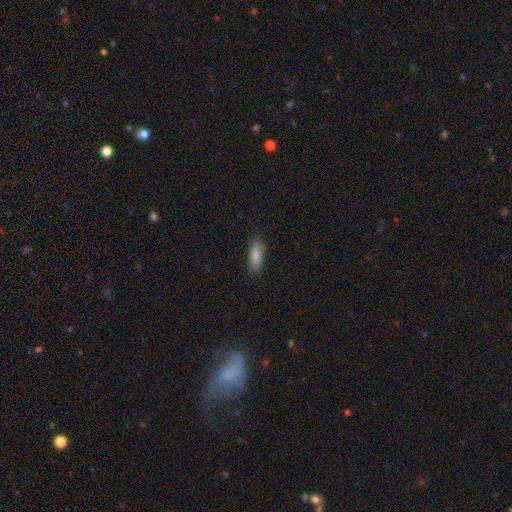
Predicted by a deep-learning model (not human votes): A smooth galaxy with no disk features (84%) that is in between round and cigar-shaped (71%). Merging: none (82%).